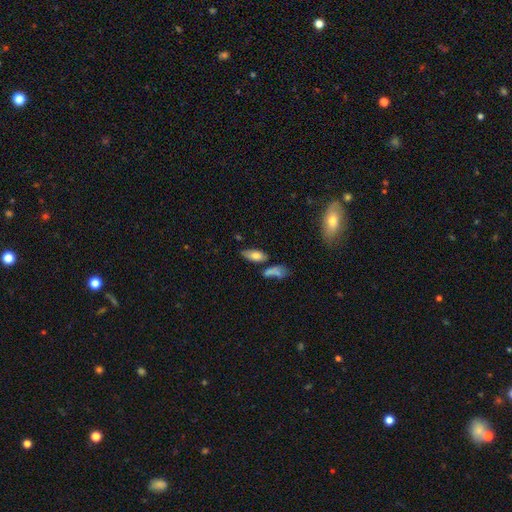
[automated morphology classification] smooth_or_featured: smooth (p=0.74) [alt: featured or disk p=0.19]
how_rounded: in between (p=0.82) [alt: cigar-shaped p=0.15]
merging: none (p=0.60) [alt: merger p=0.17]